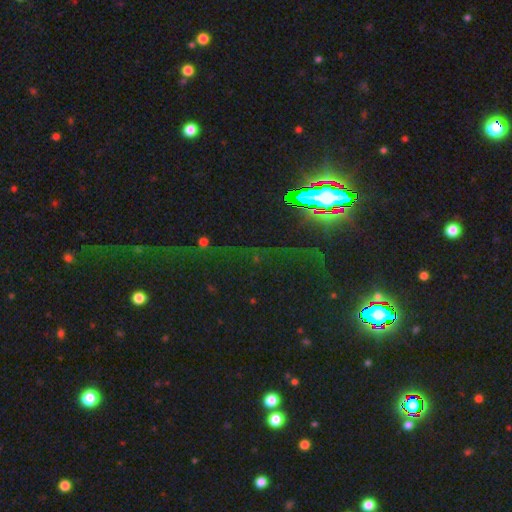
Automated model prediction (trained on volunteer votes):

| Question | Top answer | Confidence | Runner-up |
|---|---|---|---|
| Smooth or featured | star or artifact | 79% | smooth (11%) |